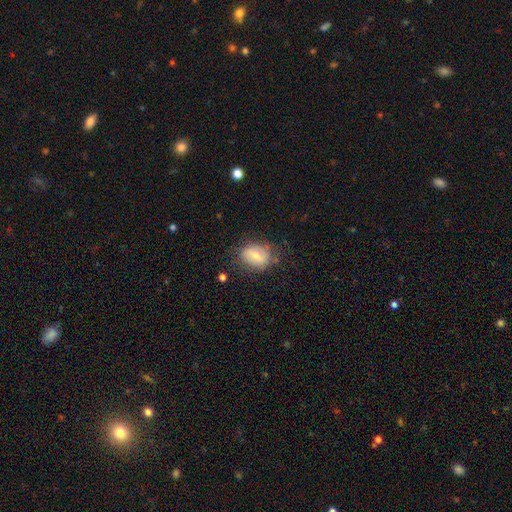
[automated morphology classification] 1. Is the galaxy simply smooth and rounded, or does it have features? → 63% smooth, 29% featured or disk, 8% star or artifact.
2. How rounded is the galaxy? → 68% in between, 31% round, 2% cigar-shaped.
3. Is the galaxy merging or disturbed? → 67% none, 23% minor disturbance, 8% major disturbance, 2% merger.